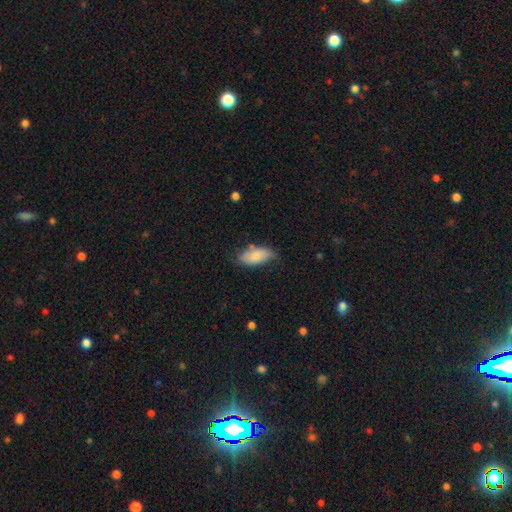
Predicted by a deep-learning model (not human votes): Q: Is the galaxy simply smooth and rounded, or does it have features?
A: smooth — 76%.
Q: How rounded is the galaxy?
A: in between — 92%.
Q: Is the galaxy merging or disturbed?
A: none — 55%.